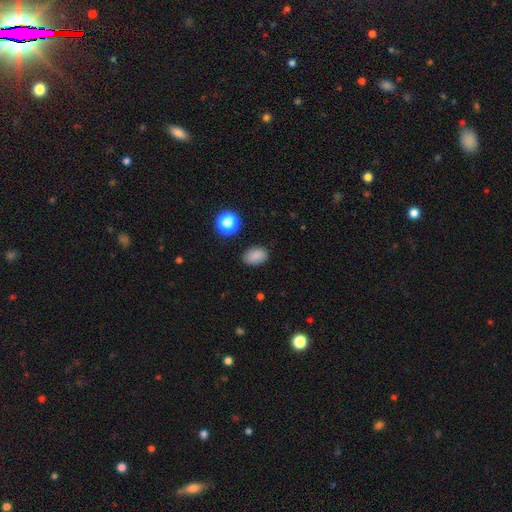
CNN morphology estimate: This is clearly a smooth galaxy (84%). How rounded: clearly in between (81%). Merging: clearly none (82%).